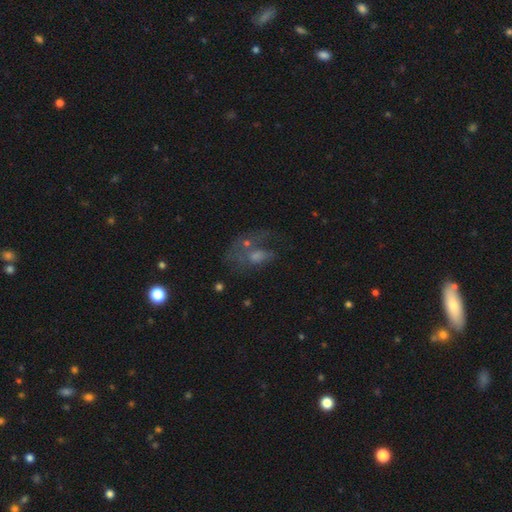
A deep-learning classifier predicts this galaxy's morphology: smooth-or-featured: featured or disk: 48% | smooth: 30% | star or artifact: 22%
  merging: major disturbance: 38% | none: 31% | merger: 16% | minor disturbance: 15%